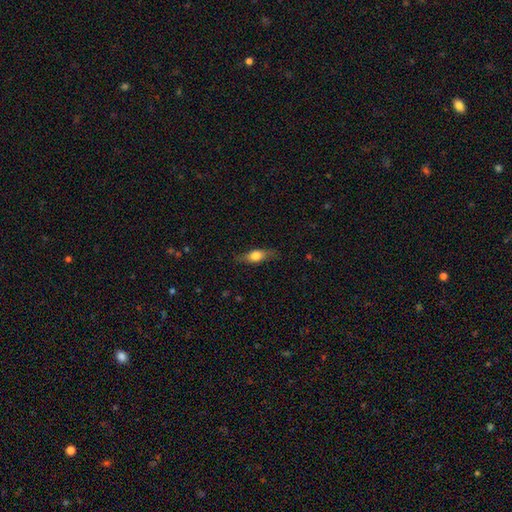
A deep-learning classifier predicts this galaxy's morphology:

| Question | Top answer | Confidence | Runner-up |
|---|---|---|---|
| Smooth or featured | smooth | 62% | featured or disk (31%) |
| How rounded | in between | 62% | cigar-shaped (31%) |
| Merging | none | 77% | minor disturbance (17%) |